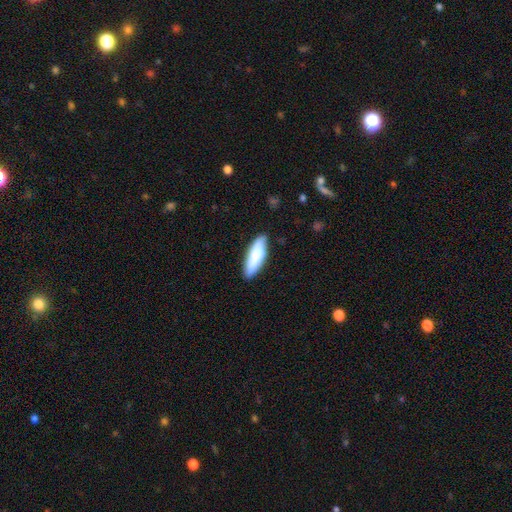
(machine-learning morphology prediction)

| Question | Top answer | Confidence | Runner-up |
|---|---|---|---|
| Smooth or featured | smooth | 79% | featured or disk (15%) |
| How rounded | in between | 50% | cigar-shaped (48%) |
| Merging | none | 80% | minor disturbance (16%) |